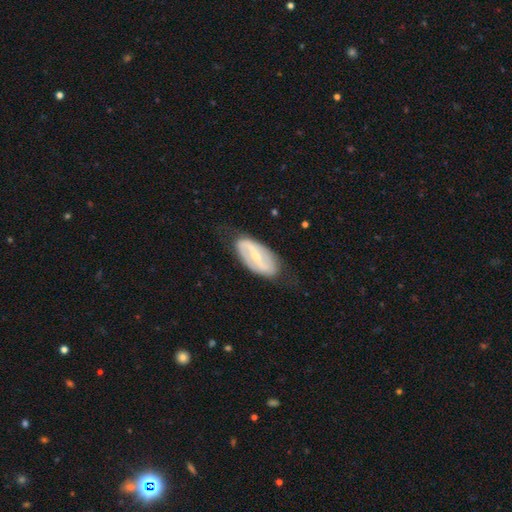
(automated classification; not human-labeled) smooth-or-featured: featured or disk: 72% | smooth: 22% | star or artifact: 5%
  disk-edge-on: no: 92% | yes: 8%
    bar: strong: 60% | weak: 29% | no: 11%
    has-spiral-arms: yes: 72% | no: 28%
    bulge-size: small: 65% | moderate: 29% | none: 3% | large: 1% | dominant: 1%
  merging: none: 73% | minor disturbance: 20% | major disturbance: 6% | merger: 1%